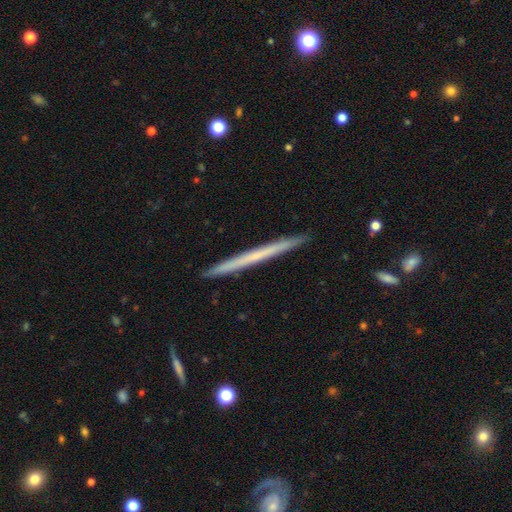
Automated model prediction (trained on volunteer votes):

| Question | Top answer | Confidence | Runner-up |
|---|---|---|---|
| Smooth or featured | featured or disk | 48% | smooth (46%) |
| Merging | none | 92% | minor disturbance (6%) |